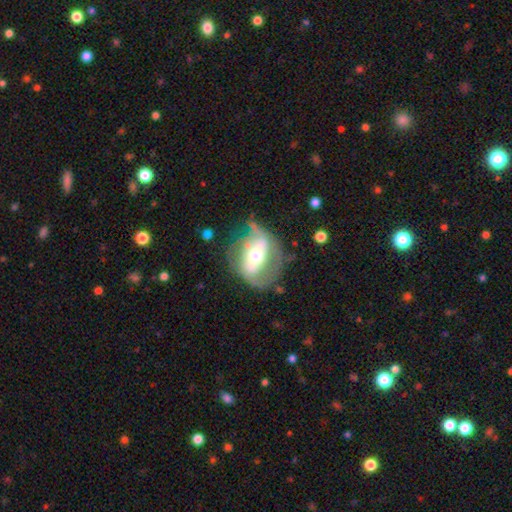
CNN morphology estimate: Q: Smooth or featured?
A: featured or disk (73%); runner-up: smooth (21%)
Q: Edge-on disk?
A: no (91%); runner-up: yes (9%)
Q: Bar?
A: strong (55%); runner-up: weak (26%)
Q: Spiral arms?
A: yes (61%); runner-up: no (39%)
Q: Bulge size?
A: moderate (66%); runner-up: large (18%)
Q: Merging?
A: none (58%); runner-up: minor disturbance (21%)